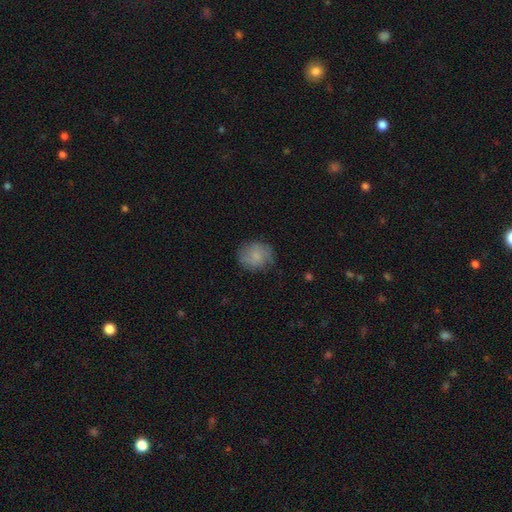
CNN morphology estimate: Q: Smooth or featured?
A: smooth (67%); runner-up: featured or disk (25%)
Q: How rounded?
A: round (78%); runner-up: in between (21%)
Q: Merging?
A: none (73%); runner-up: minor disturbance (20%)